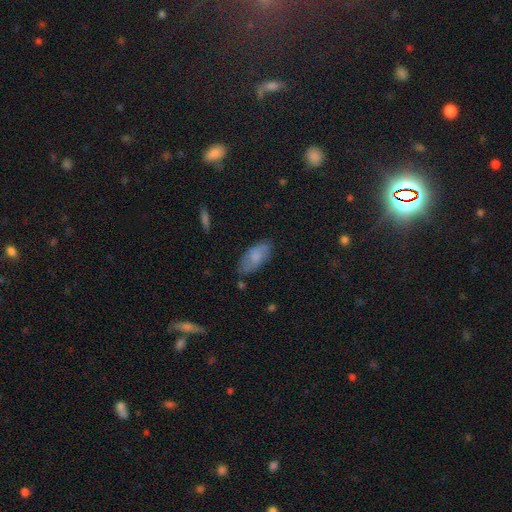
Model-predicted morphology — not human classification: Smooth or featured? Predicted: smooth (p=0.76). How rounded? Predicted: in between (p=0.91). Merging? Predicted: none (p=0.76).